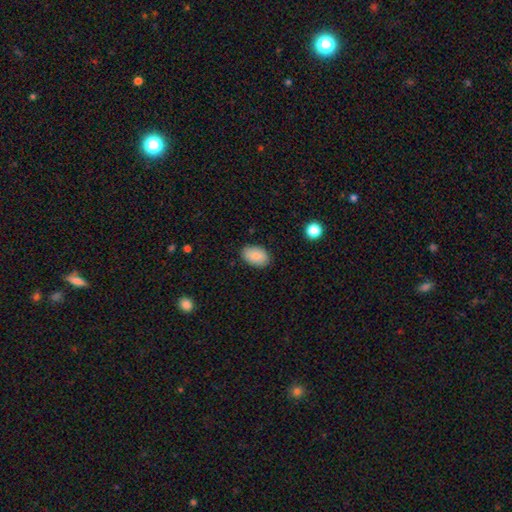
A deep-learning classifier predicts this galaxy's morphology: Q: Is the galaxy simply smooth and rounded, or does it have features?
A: smooth — 87%.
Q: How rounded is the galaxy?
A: in between — 90%.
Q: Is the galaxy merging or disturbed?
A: none — 86%.